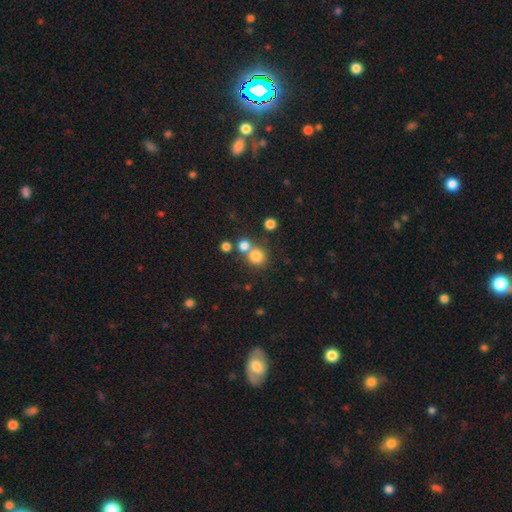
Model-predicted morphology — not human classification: Smooth or featured?
  - smooth: 79% *
  - star or artifact: 14%
  - featured or disk: 8%
How rounded?
  - round: 88% *
  - in between: 11%
  - cigar-shaped: 1%
Merging?
  - none: 58% *
  - merger: 31%
  - minor disturbance: 7%
  - major disturbance: 3%